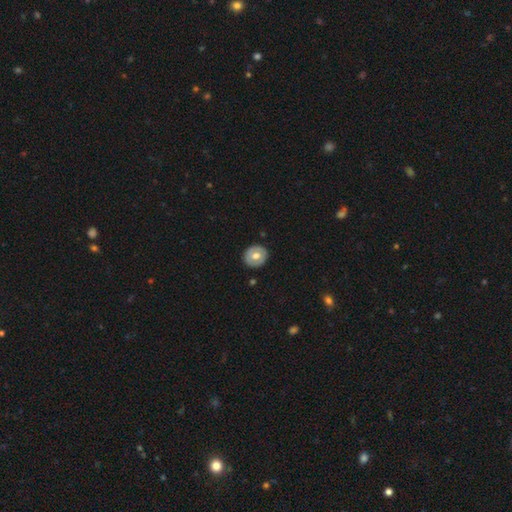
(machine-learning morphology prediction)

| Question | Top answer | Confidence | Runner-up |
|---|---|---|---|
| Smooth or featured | smooth | 59% | featured or disk (35%) |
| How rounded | round | 83% | in between (16%) |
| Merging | none | 88% | minor disturbance (8%) |